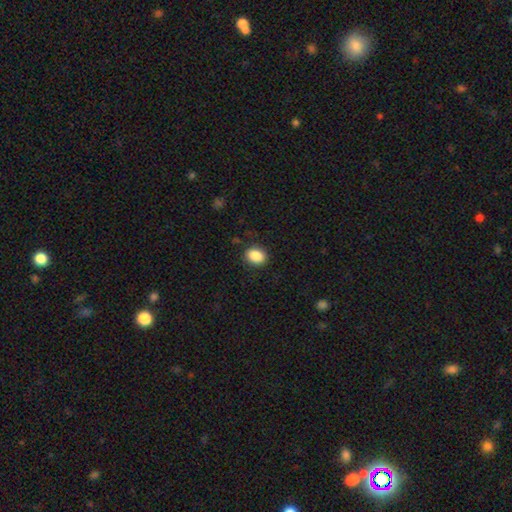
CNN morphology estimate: Smooth or featured? Predicted: smooth (p=0.88). How rounded? Predicted: in between (p=0.58). Merging? Predicted: none (p=0.86).